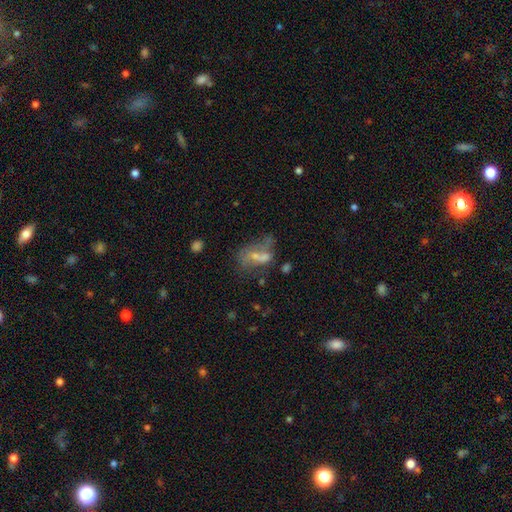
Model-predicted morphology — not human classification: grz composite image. It shows a featured or disk galaxy (52%). Merging: none (31%).